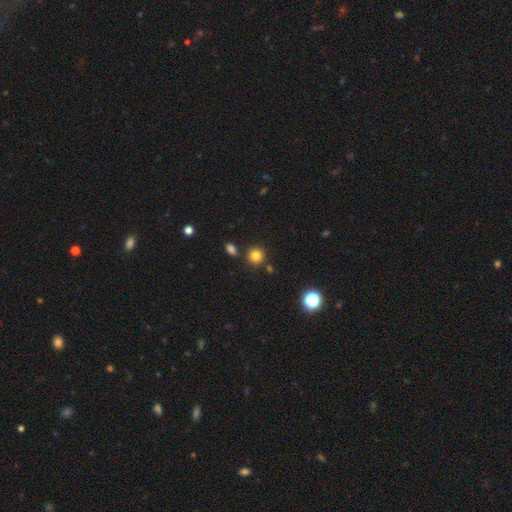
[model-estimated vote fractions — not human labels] Q: Smooth or featured?
A: smooth (82%); runner-up: star or artifact (13%)
Q: How rounded?
A: round (90%); runner-up: in between (9%)
Q: Merging?
A: none (82%); runner-up: minor disturbance (8%)